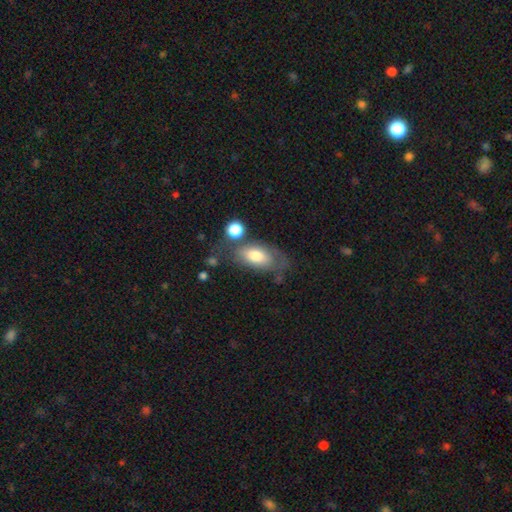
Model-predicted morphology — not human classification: A smooth galaxy with no disk features (70%) that is in between round and cigar-shaped (88%). Merging: none (51%).